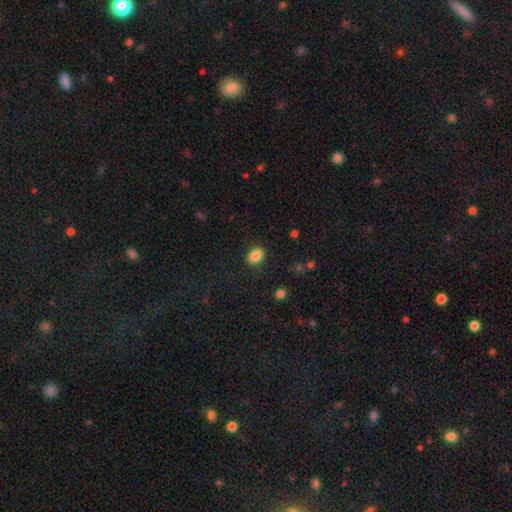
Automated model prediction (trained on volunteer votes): The model was most divided on "how rounded": in between: 71%, round: 28%, cigar-shaped: 1%. More confident: merging — none (87%); smooth or featured — smooth (86%).